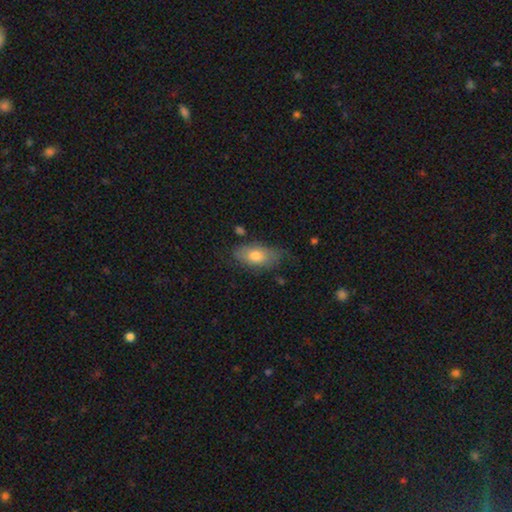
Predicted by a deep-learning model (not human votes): Smooth or featured? Predicted: smooth (p=0.72). How rounded? Predicted: in between (p=0.89). Merging? Predicted: none (p=0.63).